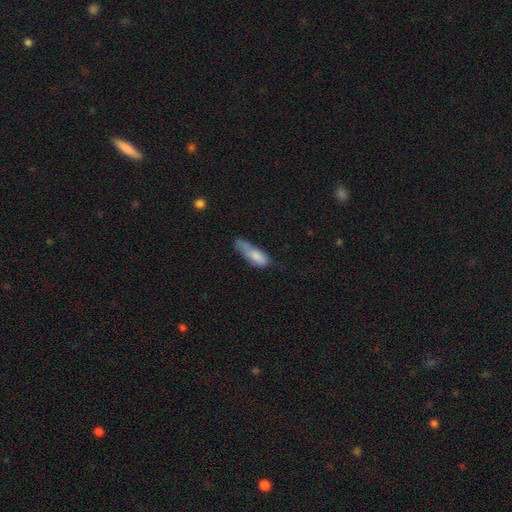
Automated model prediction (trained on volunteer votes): Smooth or featured?
  - smooth: 74% *
  - featured or disk: 19%
  - star or artifact: 7%
How rounded?
  - in between: 56% *
  - cigar-shaped: 42%
  - round: 2%
Merging?
  - minor disturbance: 36% *
  - none: 33%
  - major disturbance: 24%
  - merger: 7%